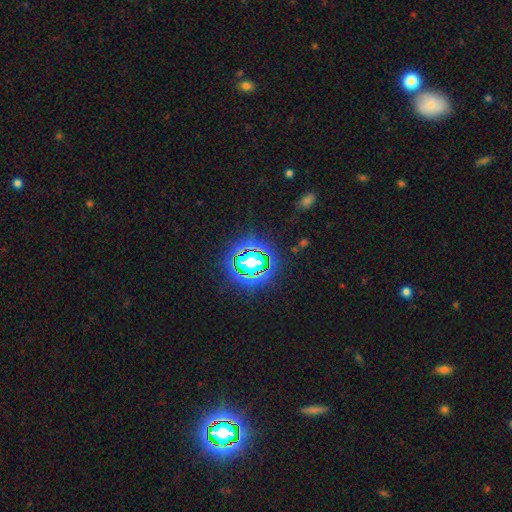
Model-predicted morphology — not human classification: Smooth or featured?
  - star or artifact: 66% *
  - smooth: 22%
  - featured or disk: 12%